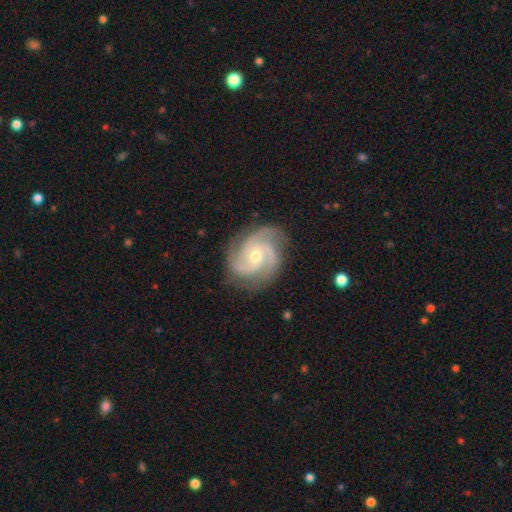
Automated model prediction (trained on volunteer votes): Q: Smooth or featured?
A: featured or disk (92%); runner-up: star or artifact (4%)
Q: Edge-on disk?
A: no (98%); runner-up: yes (2%)
Q: Bar?
A: no (68%); runner-up: weak (26%)
Q: Spiral arms?
A: yes (99%); runner-up: no (1%)
Q: Spiral winding?
A: tight (54%); runner-up: medium (41%)
Q: Spiral arm count?
A: 3 (71%); runner-up: 2 (10%)
Q: Bulge size?
A: moderate (49%); runner-up: small (48%)
Q: Merging?
A: none (80%); runner-up: minor disturbance (15%)